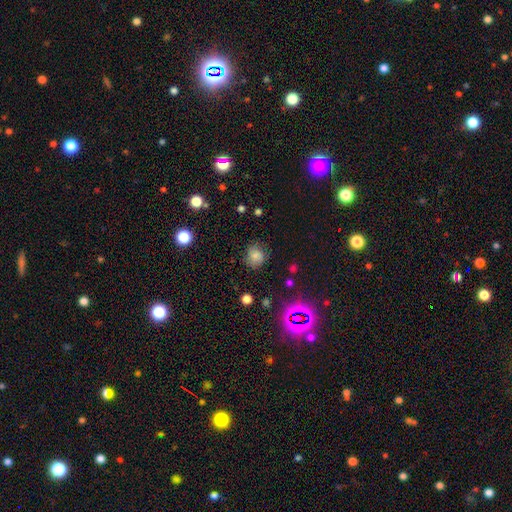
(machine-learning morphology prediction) Q: Smooth or featured?
A: smooth (71%); runner-up: star or artifact (16%)
Q: How rounded?
A: round (77%); runner-up: in between (21%)
Q: Merging?
A: none (71%); runner-up: minor disturbance (20%)